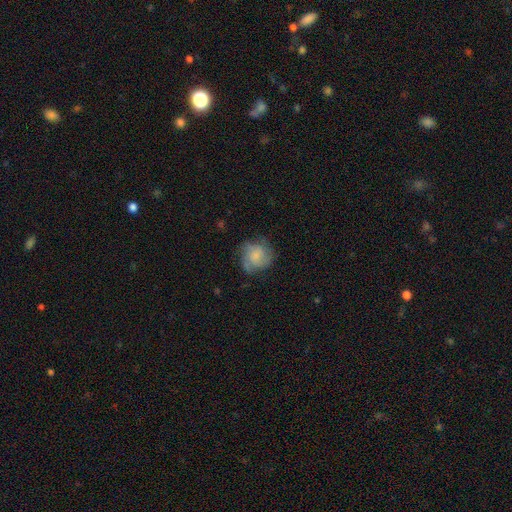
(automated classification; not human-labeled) Overall: smooth (48%; featured or disk 43%). Merging: none (65%).